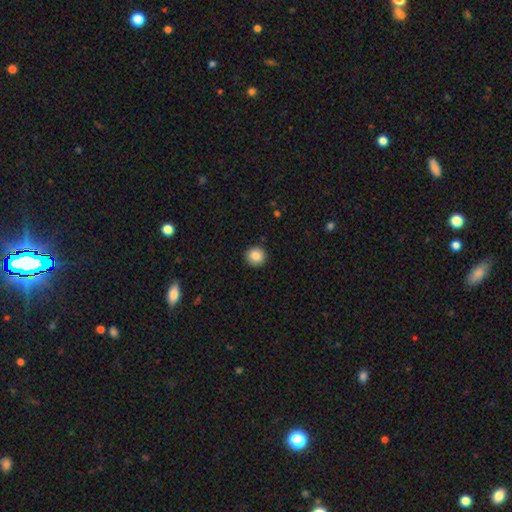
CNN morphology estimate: A smooth galaxy with no disk features (87%) that is round (94%).

Vote fractions:
- Smooth or featured? smooth: 87% / star or artifact: 9% / featured or disk: 4%
- How rounded? round: 94% / in between: 5% / cigar-shaped: 1%
- Merging? none: 92% / minor disturbance: 5% / major disturbance: 2% / merger: 1%